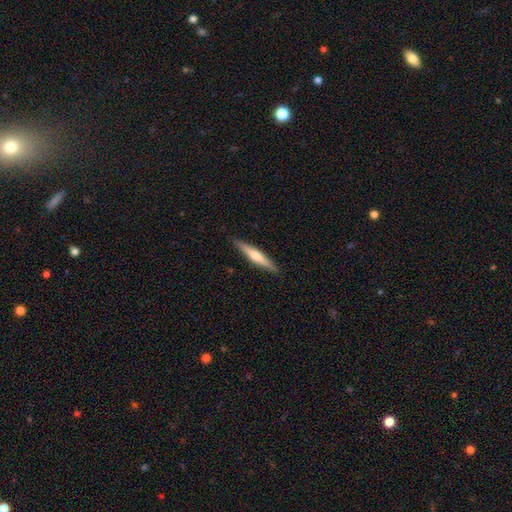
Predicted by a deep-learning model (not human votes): Smooth or featured?
  - featured or disk: 50% *
  - smooth: 45%
  - star or artifact: 5%
Merging?
  - none: 90% *
  - minor disturbance: 7%
  - major disturbance: 1%
  - merger: 1%